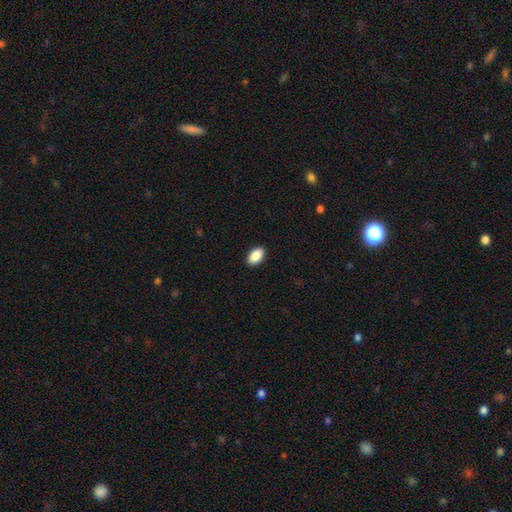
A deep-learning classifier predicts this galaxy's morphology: This is clearly a smooth galaxy (89%). How rounded: clearly in between (93%). Merging: clearly none (90%).